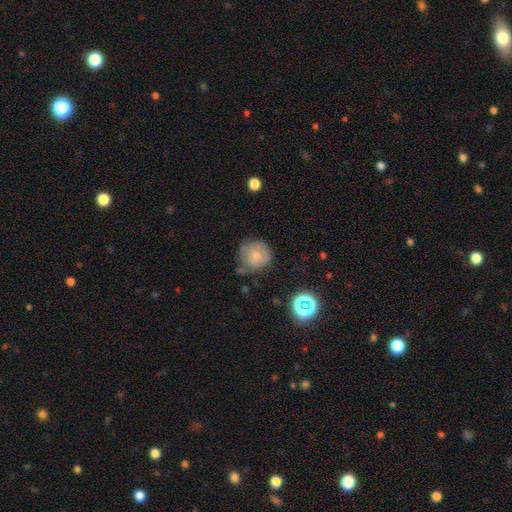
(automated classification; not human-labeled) A smooth galaxy with no disk features (71%) that is round (88%). Merging: none (52%).